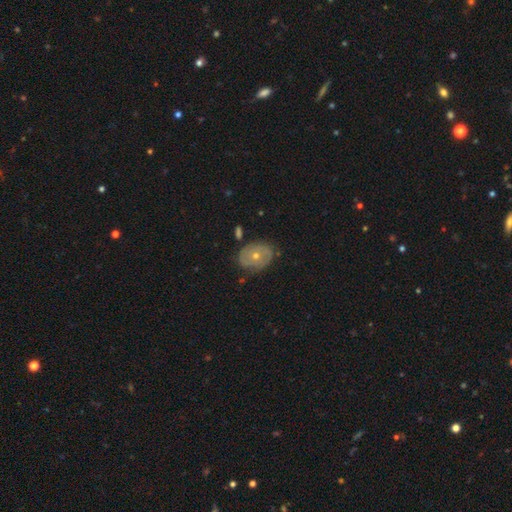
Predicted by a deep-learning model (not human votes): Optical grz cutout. It shows a featured or disk galaxy (63%) with no bar (86%), spiral arms (63%) and a moderate central bulge (51%). Merging: none (79%).